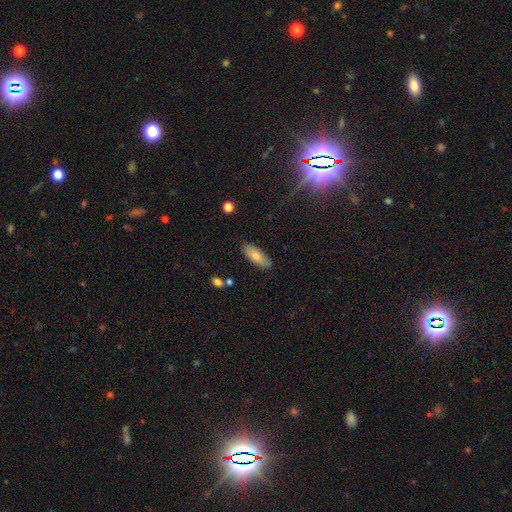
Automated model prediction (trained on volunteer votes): Q: Smooth or featured?
A: smooth (78%); runner-up: featured or disk (16%)
Q: How rounded?
A: in between (75%); runner-up: cigar-shaped (23%)
Q: Merging?
A: none (84%); runner-up: minor disturbance (12%)